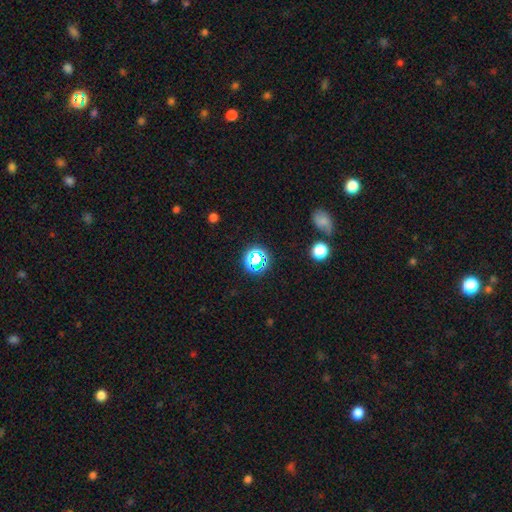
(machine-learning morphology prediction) Smooth or featured? Predicted: star or artifact (p=0.59).